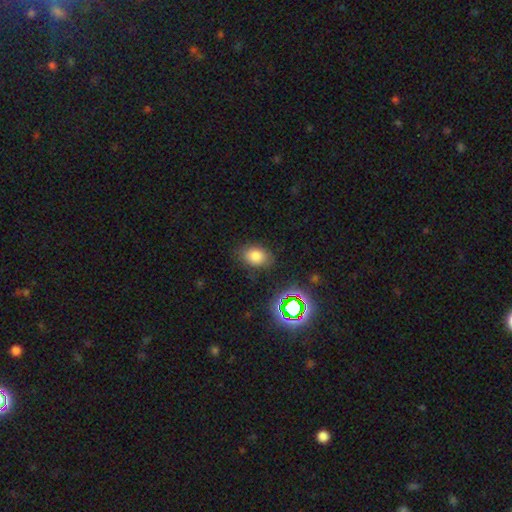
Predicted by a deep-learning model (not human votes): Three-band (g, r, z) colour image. It shows a smooth galaxy with no disk features (77%) that is in between round and cigar-shaped (77%). Merging: none (80%).